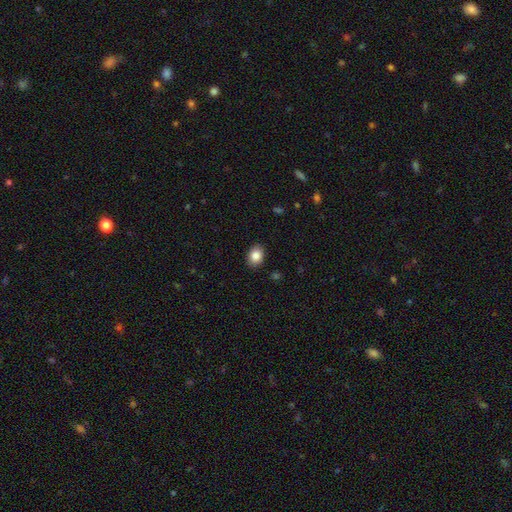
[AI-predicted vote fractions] Q: Smooth or featured?
A: smooth (86%); runner-up: star or artifact (9%)
Q: How rounded?
A: in between (65%); runner-up: round (35%)
Q: Merging?
A: none (88%); runner-up: minor disturbance (9%)